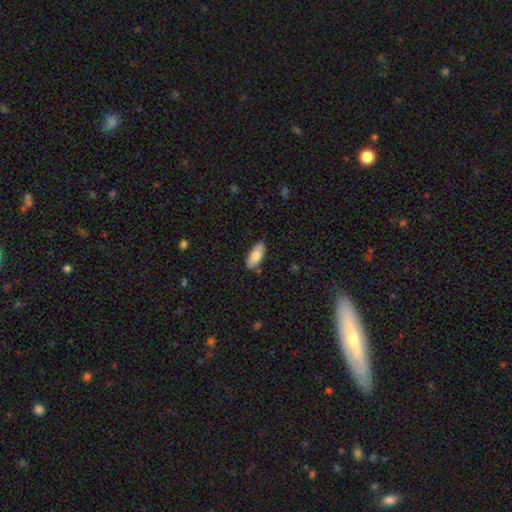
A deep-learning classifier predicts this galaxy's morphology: Smooth or featured?
  - smooth: 77% *
  - featured or disk: 17%
  - star or artifact: 6%
How rounded?
  - in between: 85% *
  - cigar-shaped: 13%
  - round: 2%
Merging?
  - none: 83% *
  - minor disturbance: 13%
  - major disturbance: 2%
  - merger: 2%